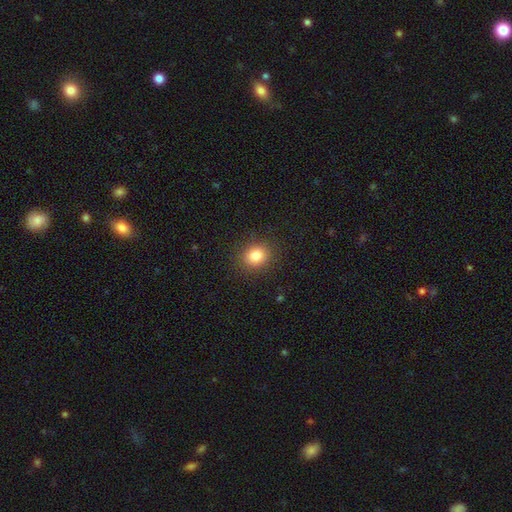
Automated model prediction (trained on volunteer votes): Overall: smooth (82%). How rounded: round (72%). Merging: none (90%).